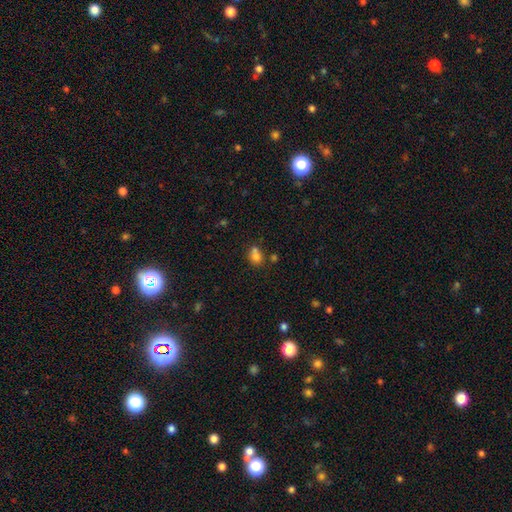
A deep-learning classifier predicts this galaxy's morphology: smooth_or_featured: smooth (p=0.74) [alt: star or artifact p=0.14]
how_rounded: round (p=0.55) [alt: in between p=0.44]
merging: merger (p=0.45) [alt: none p=0.39]